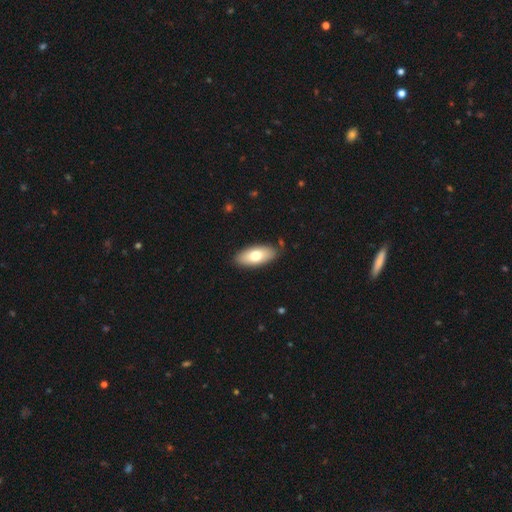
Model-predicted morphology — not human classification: Smooth or featured? Predicted: smooth (p=0.72). How rounded? Predicted: in between (p=0.87). Merging? Predicted: none (p=0.86).